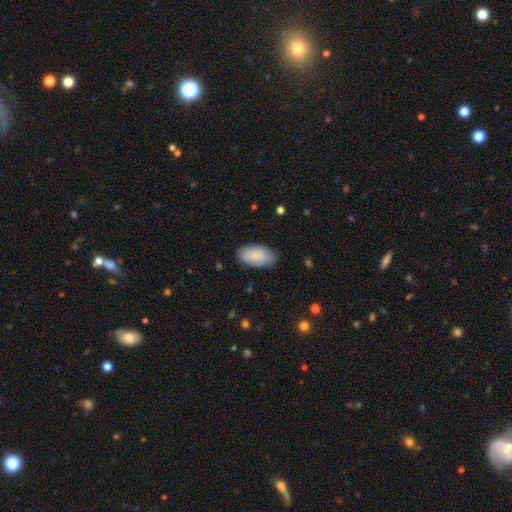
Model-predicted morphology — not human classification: smooth-or-featured: smooth: 84% | featured or disk: 10% | star or artifact: 6%
  how-rounded: in between: 95% | round: 3% | cigar-shaped: 2%
  merging: none: 84% | minor disturbance: 13% | major disturbance: 3% | merger: 1%